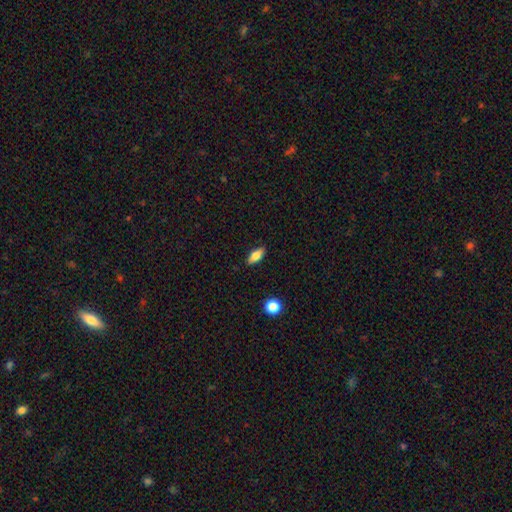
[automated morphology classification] The model was most divided on "smooth or featured": smooth: 70%, featured or disk: 23%, star or artifact: 8%. More confident: merging — none (88%); how rounded — in between (76%).